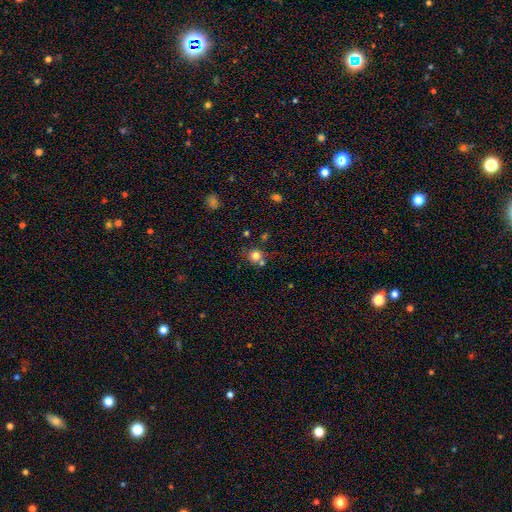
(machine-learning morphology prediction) Smooth or featured: smooth — 78% (star or artifact — 13%)
How rounded: round — 87% (in between — 12%)
Merging: none — 59% (merger — 25%)